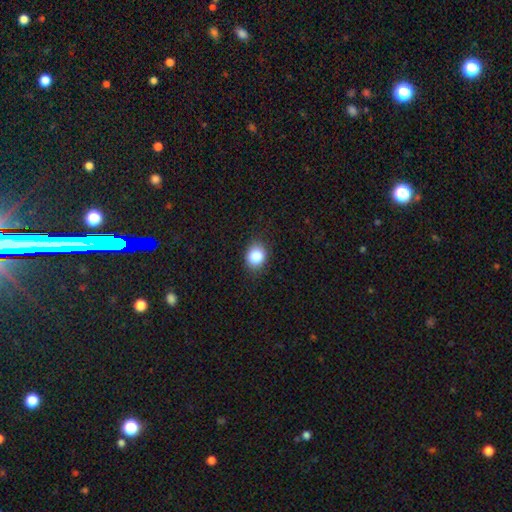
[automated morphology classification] smooth_or_featured: smooth (p=0.85) [alt: star or artifact p=0.09]
how_rounded: round (p=0.59) [alt: in between p=0.40]
merging: none (p=0.85) [alt: minor disturbance p=0.12]